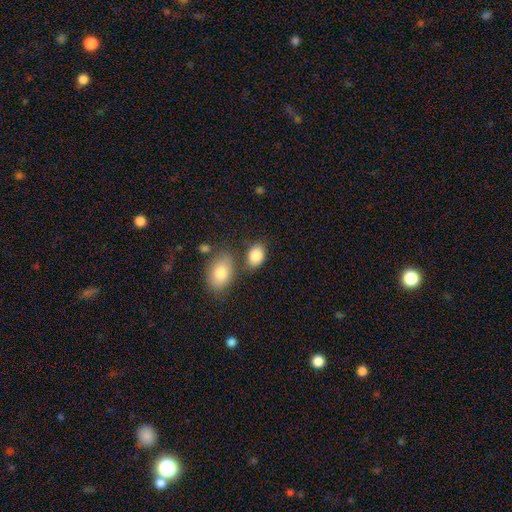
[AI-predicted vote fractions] smooth-or-featured: smooth: 85% | star or artifact: 8% | featured or disk: 7%
  how-rounded: in between: 79% | round: 19% | cigar-shaped: 1%
  merging: none: 64% | merger: 17% | minor disturbance: 15% | major disturbance: 5%